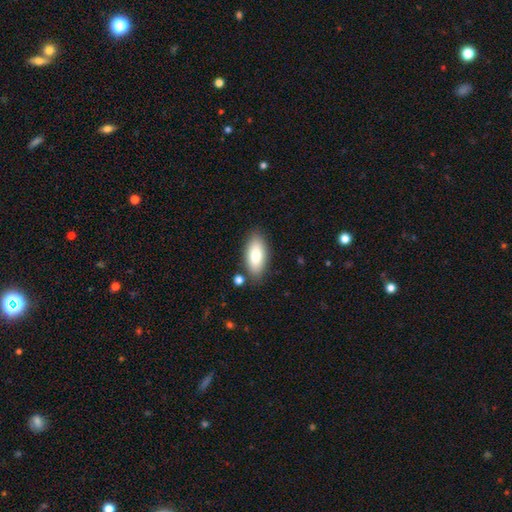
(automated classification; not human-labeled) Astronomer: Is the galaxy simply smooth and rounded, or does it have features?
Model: smooth — 79%.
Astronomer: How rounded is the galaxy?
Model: in between — 88%.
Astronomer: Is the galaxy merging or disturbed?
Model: none — 82%.